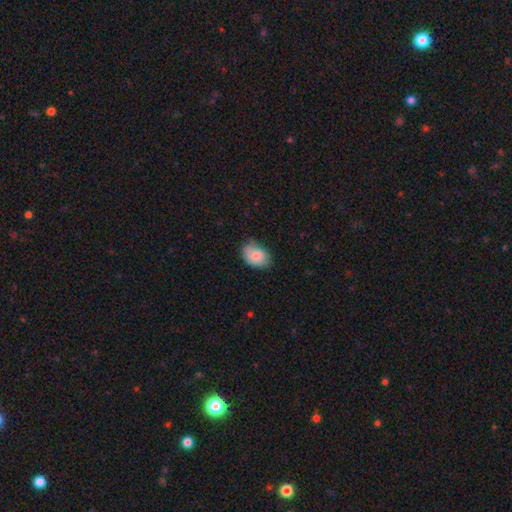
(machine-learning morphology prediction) Smooth or featured?
  - smooth: 81% *
  - featured or disk: 13%
  - star or artifact: 7%
How rounded?
  - in between: 80% *
  - round: 19%
  - cigar-shaped: 1%
Merging?
  - none: 62% *
  - minor disturbance: 30%
  - major disturbance: 5%
  - merger: 2%